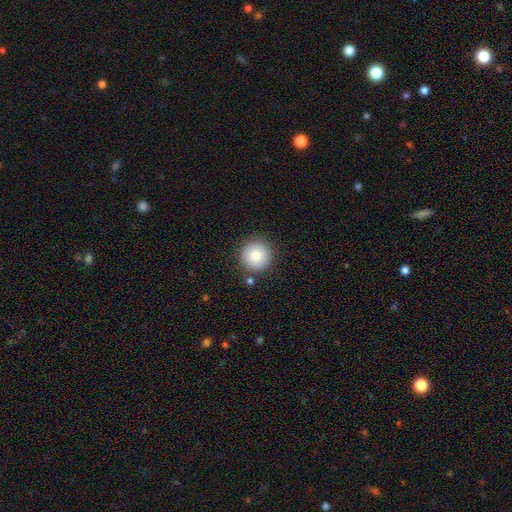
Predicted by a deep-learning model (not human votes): This appears to be a smooth galaxy with no disk features (80%) that is round (96%). Merging: none (86%).